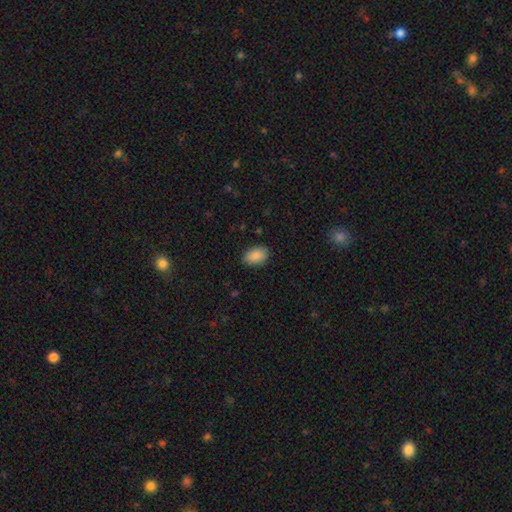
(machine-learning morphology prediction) smooth 89%, star or artifact 7%, featured or disk 4%. Down the decision tree: how rounded — in between (84%); merging — none (85%).